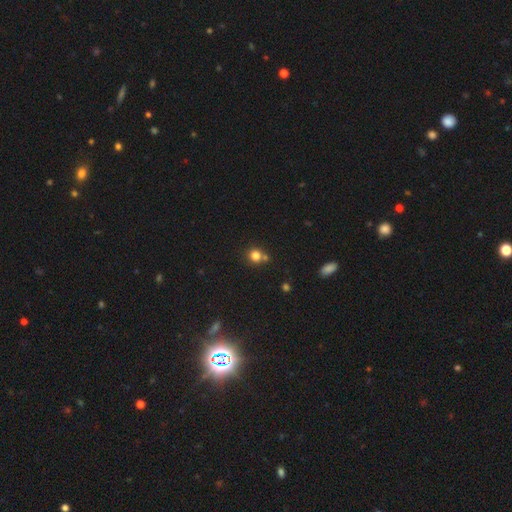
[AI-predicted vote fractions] This is likely a smooth galaxy (79%). How rounded: clearly round (89%). Merging: likely none (64%).